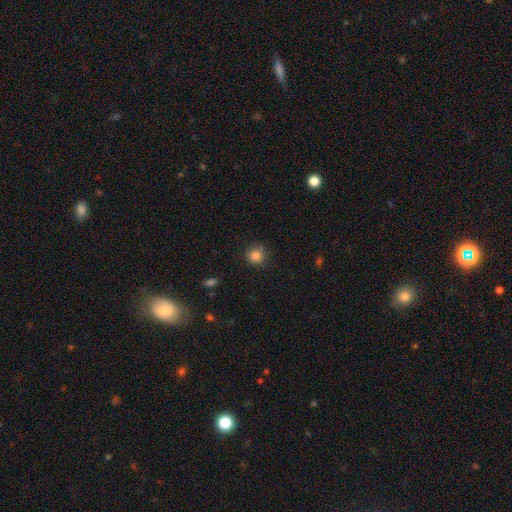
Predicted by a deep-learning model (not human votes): smooth_or_featured: smooth (p=0.84) [alt: star or artifact p=0.12]
how_rounded: round (p=0.90) [alt: in between p=0.09]
merging: none (p=0.83) [alt: minor disturbance p=0.13]